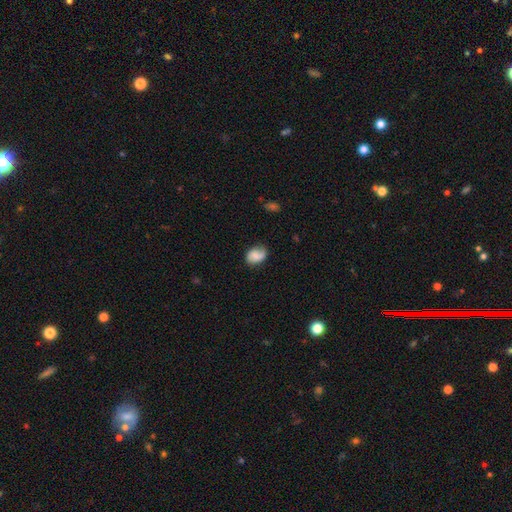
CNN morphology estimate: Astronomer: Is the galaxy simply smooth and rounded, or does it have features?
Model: smooth — 65%.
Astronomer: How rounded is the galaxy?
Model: in between — 70%.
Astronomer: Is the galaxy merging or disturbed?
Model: none — 58%.